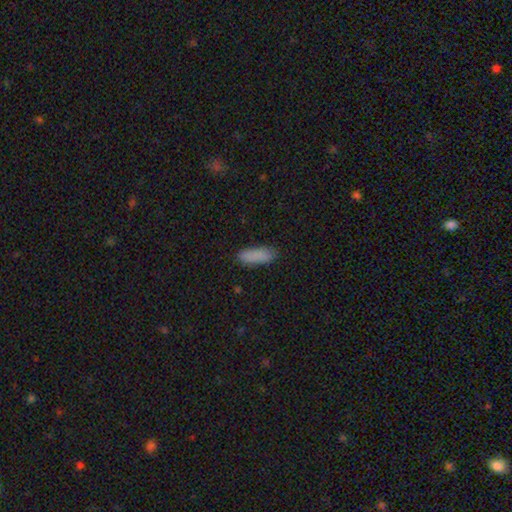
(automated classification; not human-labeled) Smooth or featured? Predicted: smooth (p=0.88). How rounded? Predicted: in between (p=0.59). Merging? Predicted: none (p=0.86).